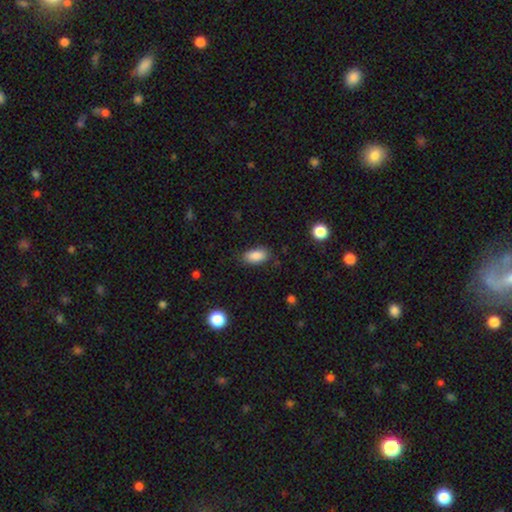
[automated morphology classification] smooth_or_featured: smooth (p=0.88) [alt: star or artifact p=0.08]
how_rounded: in between (p=0.91) [alt: cigar-shaped p=0.05]
merging: none (p=0.81) [alt: minor disturbance p=0.14]